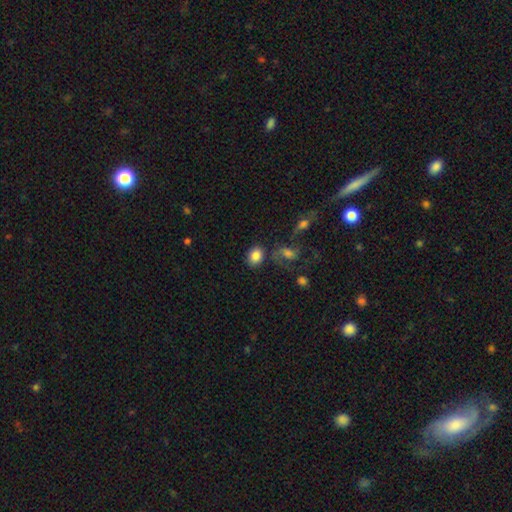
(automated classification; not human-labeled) This is clearly a smooth galaxy (83%). How rounded: possibly in between (56%). Merging: likely none (73%).